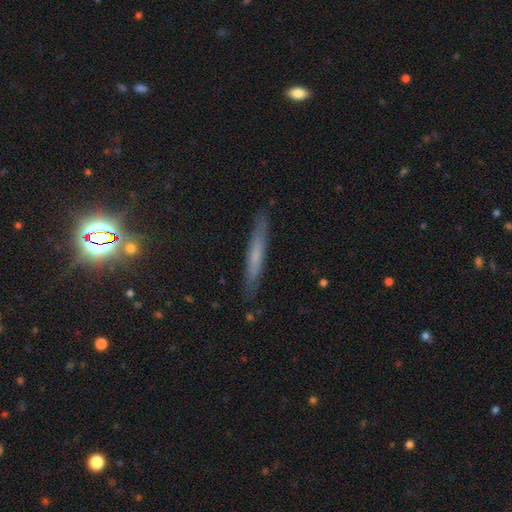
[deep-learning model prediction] smooth 53%, featured or disk 39%, star or artifact 8%. Down the decision tree: how rounded — cigar-shaped (95%); merging — none (88%).